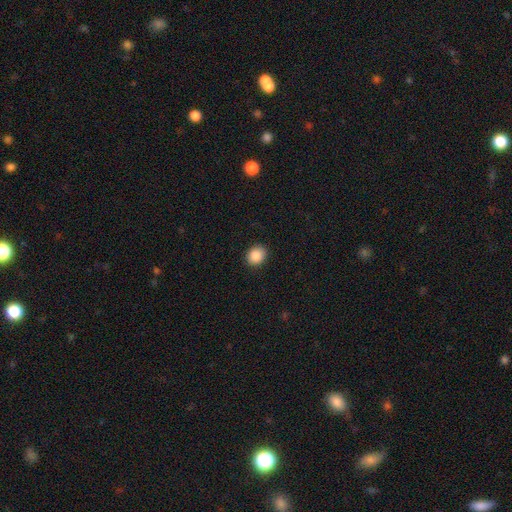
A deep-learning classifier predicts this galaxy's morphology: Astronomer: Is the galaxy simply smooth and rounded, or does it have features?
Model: smooth — 88%.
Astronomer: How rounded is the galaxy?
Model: round — 66%.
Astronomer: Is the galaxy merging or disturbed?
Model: none — 89%.